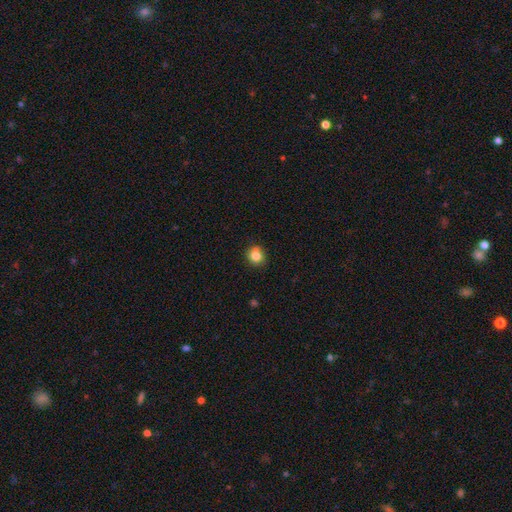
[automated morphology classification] Smooth or featured? smooth (83%)
How rounded? round (79%)
Merging? none (75%)